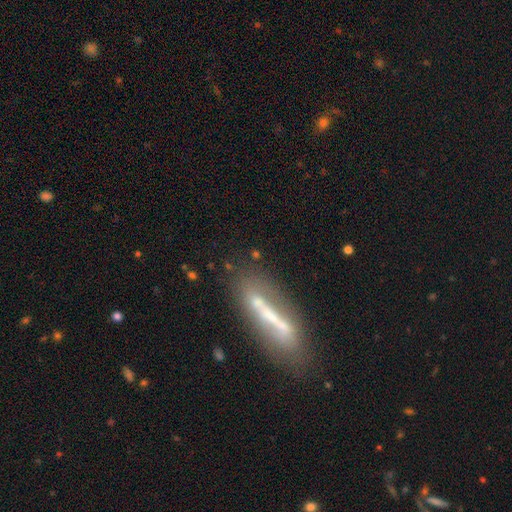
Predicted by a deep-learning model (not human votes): This appears to be a featured or disk galaxy (51%). Merging: none (55%).